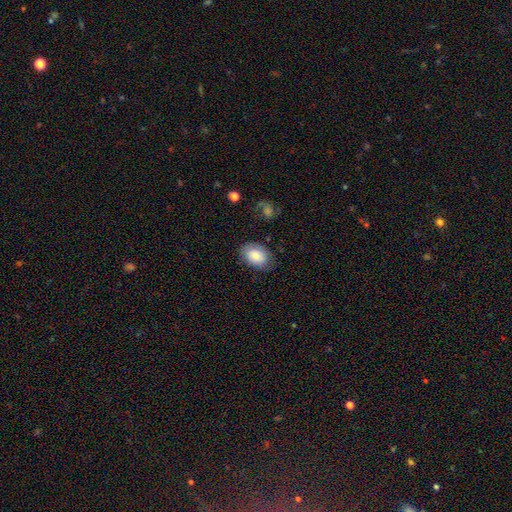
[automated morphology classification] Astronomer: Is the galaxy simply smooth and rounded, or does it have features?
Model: smooth — 80%.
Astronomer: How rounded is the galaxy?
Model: in between — 85%.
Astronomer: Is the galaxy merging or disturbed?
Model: none — 78%.